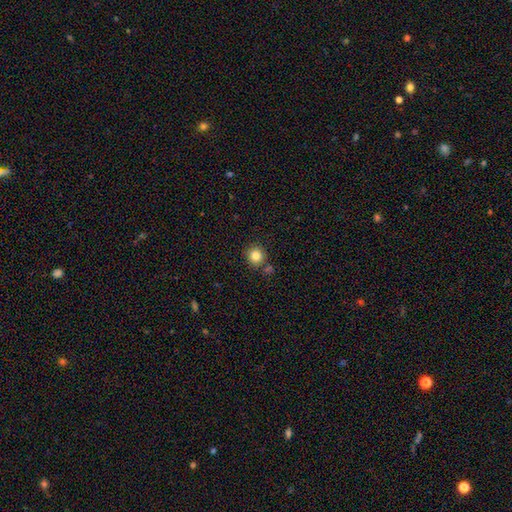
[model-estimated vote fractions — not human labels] This appears to be a smooth galaxy with no disk features (84%) that is round (92%). Merging: none (83%).